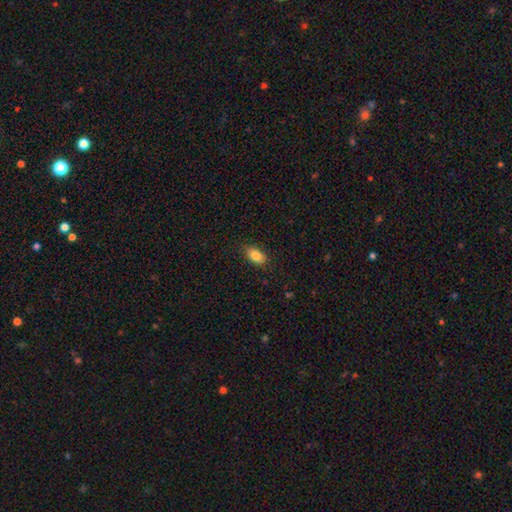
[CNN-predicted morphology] smooth_or_featured: smooth (p=0.84) [alt: star or artifact p=0.08]
how_rounded: in between (p=0.90) [alt: round p=0.07]
merging: none (p=0.85) [alt: minor disturbance p=0.11]